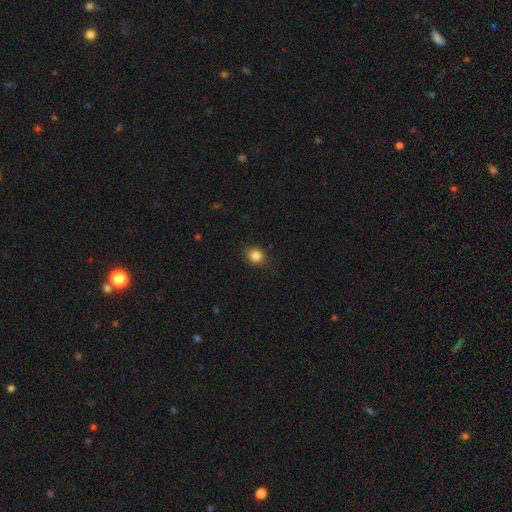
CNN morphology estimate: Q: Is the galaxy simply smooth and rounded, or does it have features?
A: smooth — 84%.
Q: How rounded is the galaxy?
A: round — 68%.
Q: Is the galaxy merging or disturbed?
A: none — 86%.